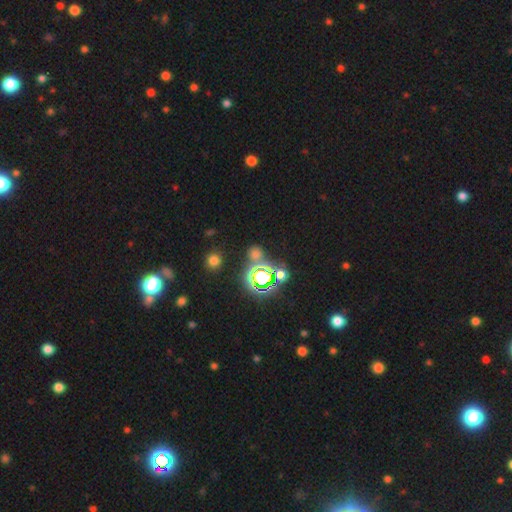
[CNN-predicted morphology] smooth-or-featured: star or artifact: 58% | smooth: 34% | featured or disk: 7%